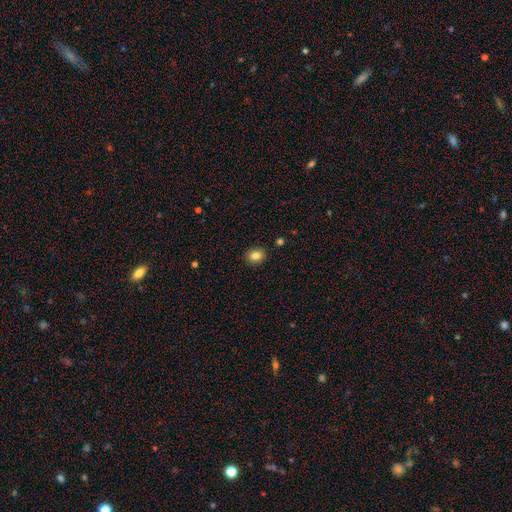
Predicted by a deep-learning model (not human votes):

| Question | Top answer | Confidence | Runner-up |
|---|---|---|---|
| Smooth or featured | smooth | 83% | star or artifact (10%) |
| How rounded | round | 63% | in between (36%) |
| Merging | none | 90% | minor disturbance (7%) |